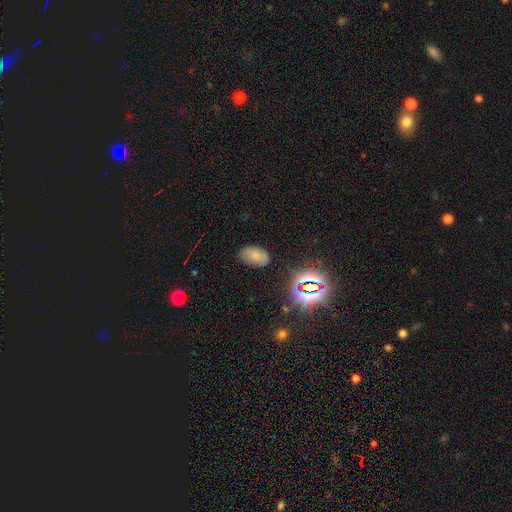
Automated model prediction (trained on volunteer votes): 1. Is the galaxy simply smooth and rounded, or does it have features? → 71% smooth, 18% star or artifact, 11% featured or disk.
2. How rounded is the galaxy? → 91% in between, 8% round, 1% cigar-shaped.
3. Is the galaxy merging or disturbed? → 80% none, 15% minor disturbance, 4% major disturbance, 2% merger.